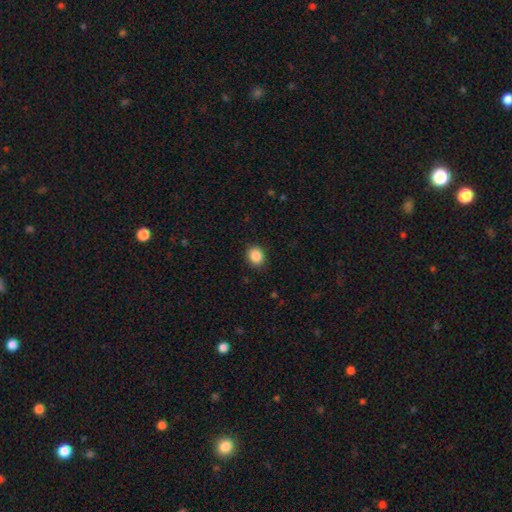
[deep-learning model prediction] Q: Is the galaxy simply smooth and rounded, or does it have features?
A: smooth — 88%.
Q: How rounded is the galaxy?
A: round — 67%.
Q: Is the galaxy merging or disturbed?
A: none — 88%.